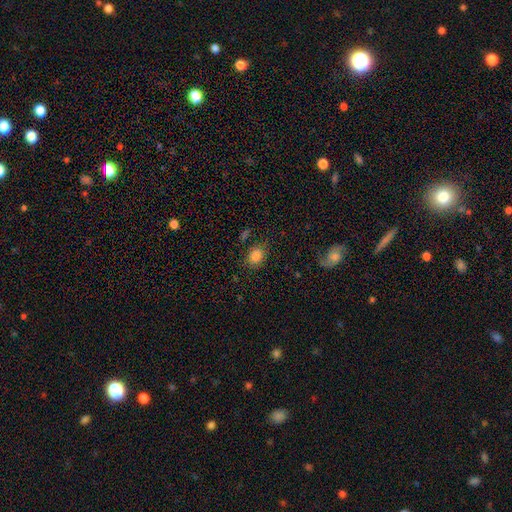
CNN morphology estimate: Smooth or featured? Predicted: smooth (p=0.83). How rounded? Predicted: in between (p=0.56). Merging? Predicted: none (p=0.79).